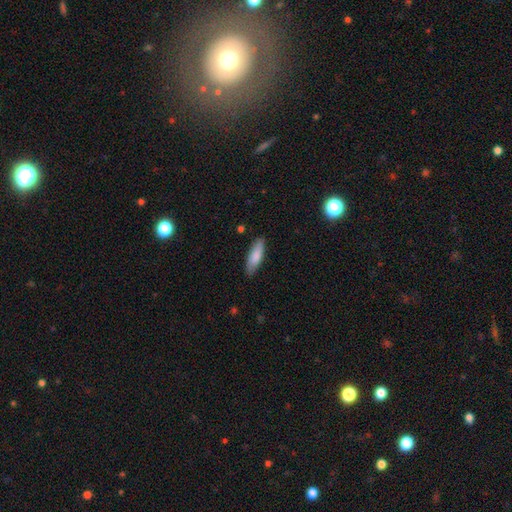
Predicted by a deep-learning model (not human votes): smooth 84%, featured or disk 11%, star or artifact 6%. Down the decision tree: how rounded — in between (52%); merging — none (83%).